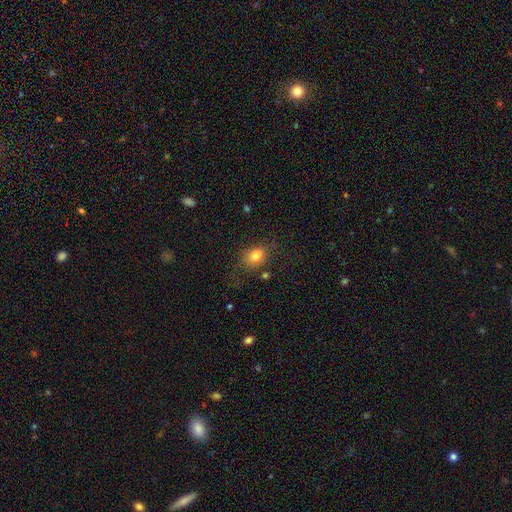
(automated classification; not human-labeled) Smooth or featured: smooth — 79% (star or artifact — 11%)
How rounded: in between — 64% (round — 34%)
Merging: none — 69% (minor disturbance — 20%)